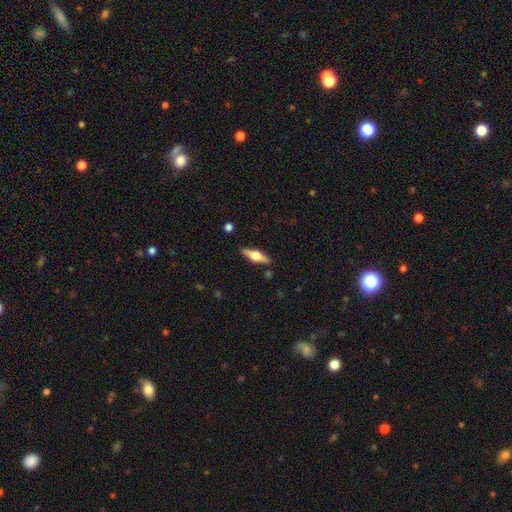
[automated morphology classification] A featured or disk galaxy (66%) viewed edge-on (96%) with a rounded central bulge (94%). Merging: none (88%).